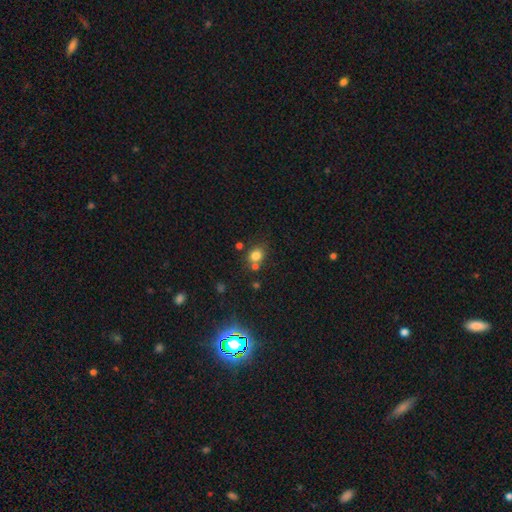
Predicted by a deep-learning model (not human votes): Overall: smooth (79%). How rounded: round (63%; in between 36%). Merging: none (62%; merger 22%).